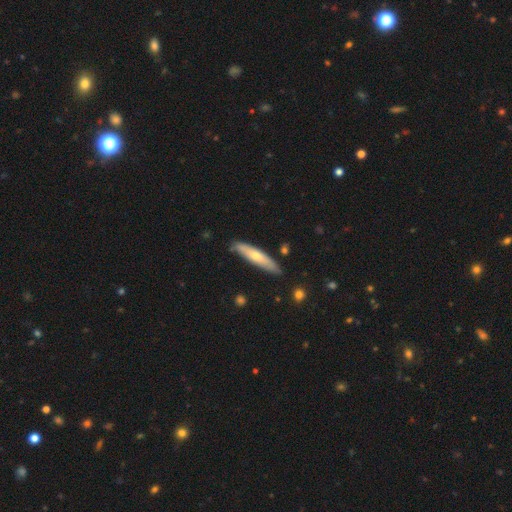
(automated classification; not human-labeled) A smooth galaxy with no disk features (50%) that is cigar-shaped (86%). Merging: none (85%).